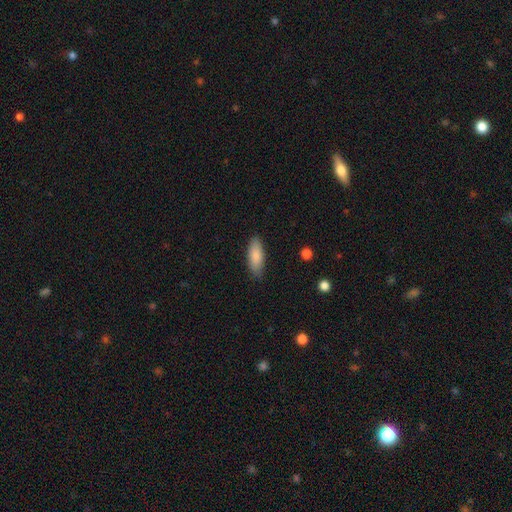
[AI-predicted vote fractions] A smooth galaxy with no disk features (85%) that is in between round and cigar-shaped (77%). Merging: none (83%).